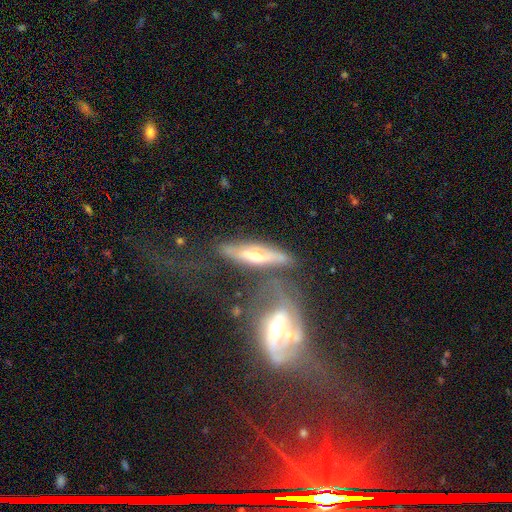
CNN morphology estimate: A featured or disk galaxy (66%) viewed edge-on (64%).

Vote fractions:
- Smooth or featured? featured or disk: 66% / smooth: 26% / star or artifact: 8%
- Edge-on disk? yes: 64% / no: 36%
- Merging? merger: 38% / none: 32% / minor disturbance: 16% / major disturbance: 14%